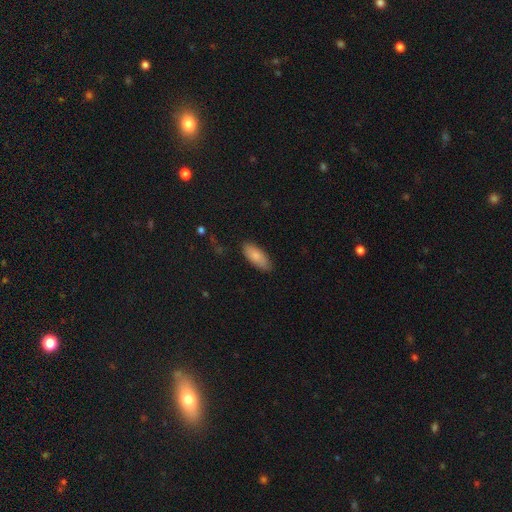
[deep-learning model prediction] smooth 84%, featured or disk 10%, star or artifact 6%. Down the decision tree: how rounded — in between (82%); merging — none (84%).